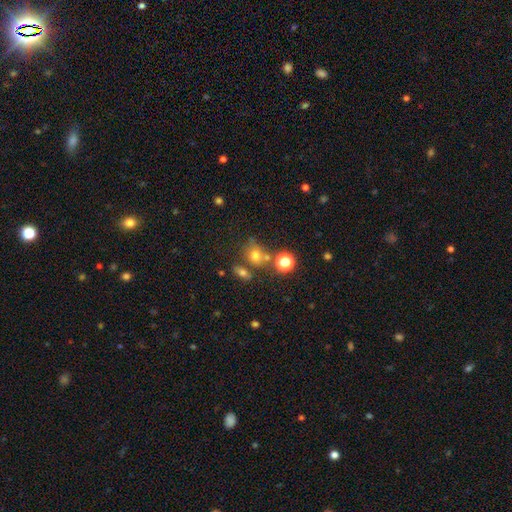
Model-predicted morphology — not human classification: smooth 67%, star or artifact 21%, featured or disk 12%. Down the decision tree: how rounded — round (59%); merging — none (55%).